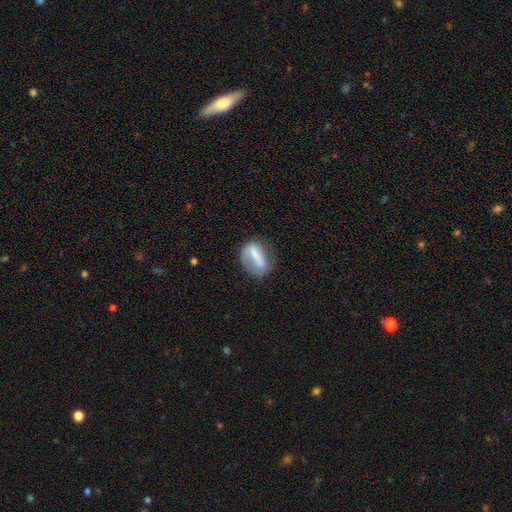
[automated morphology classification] This appears to be a smooth galaxy with no disk features (57%) that is in between round and cigar-shaped (63%). Merging: none (52%).